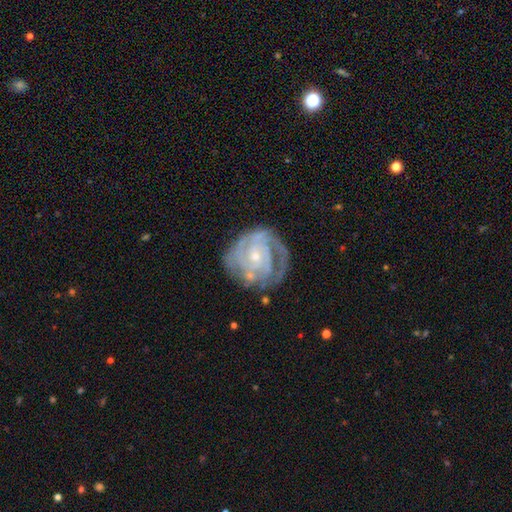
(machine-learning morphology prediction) Q: Smooth or featured?
A: featured or disk (86%); runner-up: smooth (8%)
Q: Edge-on disk?
A: no (97%); runner-up: yes (3%)
Q: Bar?
A: no (69%); runner-up: weak (25%)
Q: Spiral arms?
A: yes (95%); runner-up: no (5%)
Q: Spiral winding?
A: tight (68%); runner-up: medium (26%)
Q: Spiral arm count?
A: 3 (29%); runner-up: can't tell (26%)
Q: Bulge size?
A: small (74%); runner-up: moderate (22%)
Q: Merging?
A: none (63%); runner-up: minor disturbance (22%)